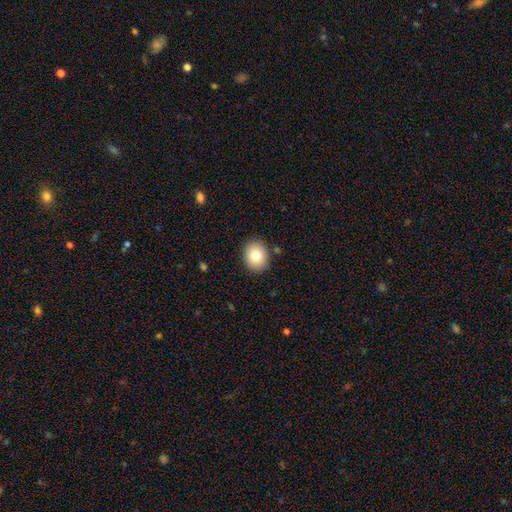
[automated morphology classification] Smooth or featured? smooth (80%)
How rounded? round (64%)
Merging? none (88%)